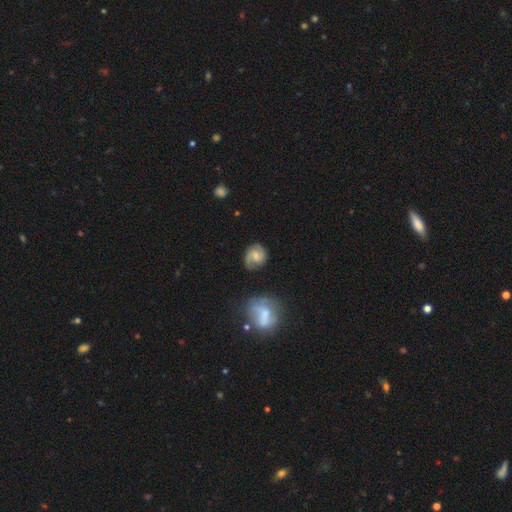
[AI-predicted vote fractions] smooth-or-featured: featured or disk: 66% | smooth: 27% | star or artifact: 7%
  disk-edge-on: no: 97% | yes: 3%
    bar: no: 54% | weak: 40% | strong: 6%
    has-spiral-arms: yes: 92% | no: 8%
      spiral-winding: medium: 47% | tight: 32% | loose: 20%
      spiral-arm-count: 2: 77% | can't tell: 10% | 1: 6% | 3: 5% | 4: 1% | more than 4: 1%
    bulge-size: moderate: 44% | small: 36% | none: 13% | large: 5% | dominant: 1%
  merging: none: 71% | minor disturbance: 19% | major disturbance: 7% | merger: 3%